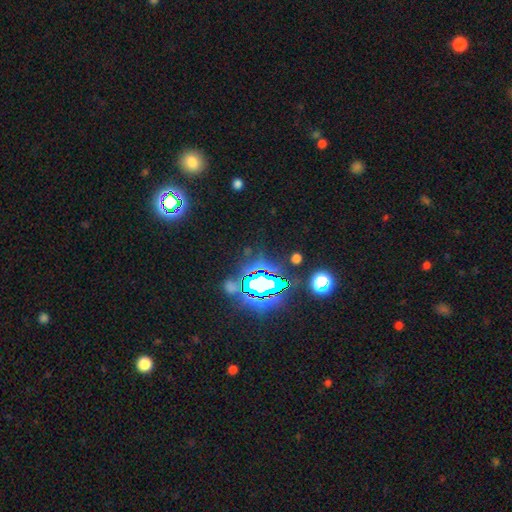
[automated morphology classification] A star or artifact, not a galaxy (81%).